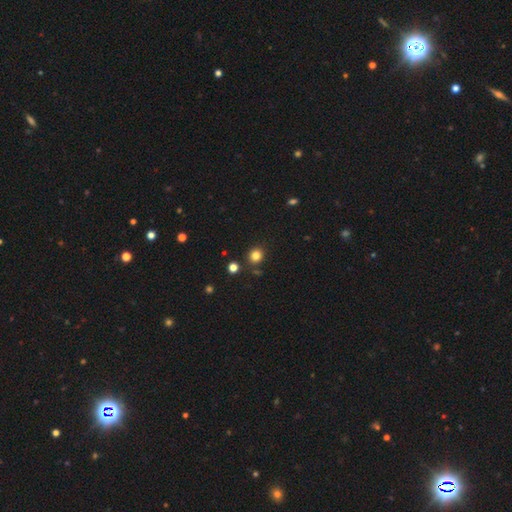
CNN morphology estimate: Smooth or featured? smooth (81%)
How rounded? round (86%)
Merging? none (85%)